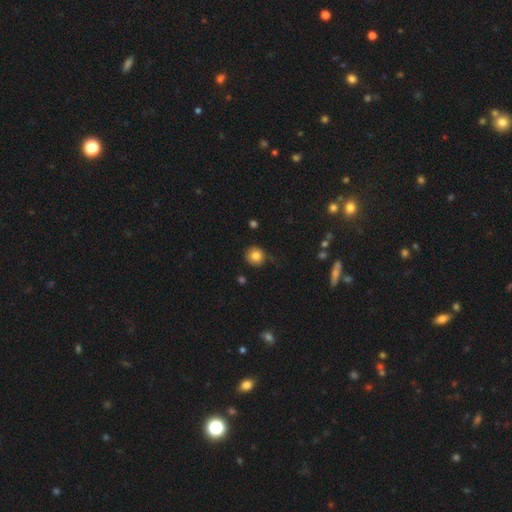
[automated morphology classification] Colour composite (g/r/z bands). It shows a smooth galaxy with no disk features (81%) that is round (91%). Merging: none (79%).